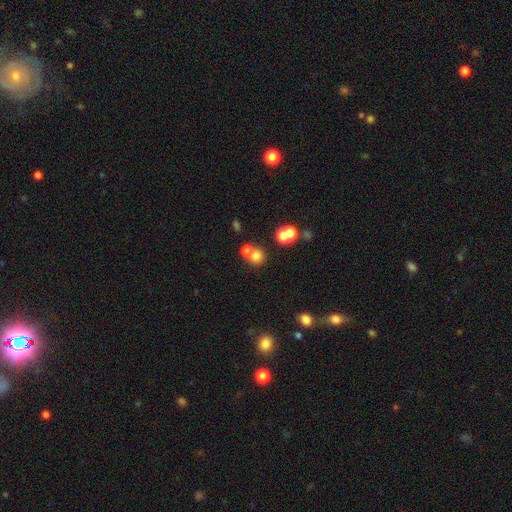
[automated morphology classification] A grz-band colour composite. It shows a smooth galaxy with no disk features (70%) that is round (86%). Merging: none (50%).